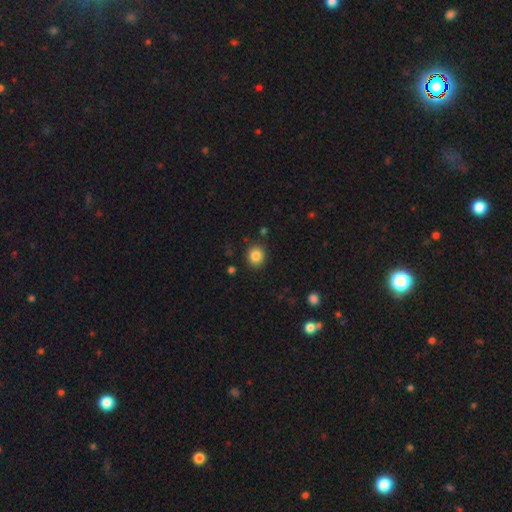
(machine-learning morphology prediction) This is clearly a smooth galaxy (85%). How rounded: clearly round (81%). Merging: clearly none (88%).